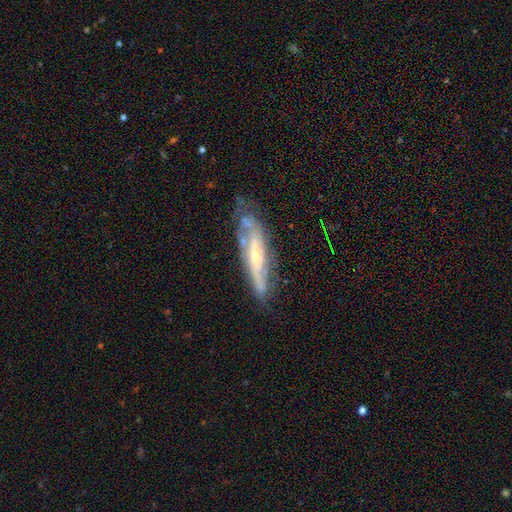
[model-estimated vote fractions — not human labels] Smooth or featured: featured or disk — 76% (smooth — 17%)
Edge-on disk: no — 54% (yes — 46%)
Merging: none — 61% (minor disturbance — 26%)